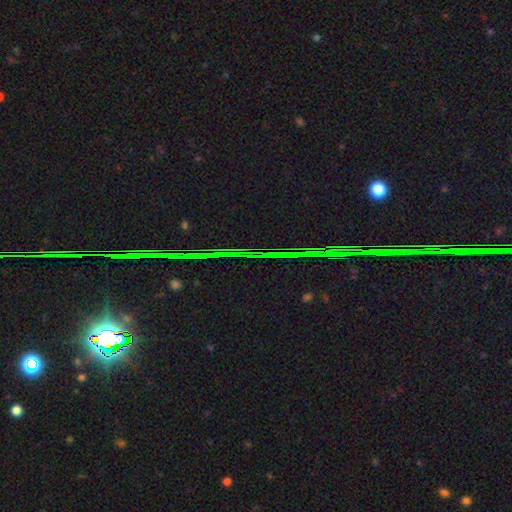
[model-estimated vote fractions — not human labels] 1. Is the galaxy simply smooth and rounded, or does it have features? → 87% star or artifact, 7% featured or disk, 6% smooth.